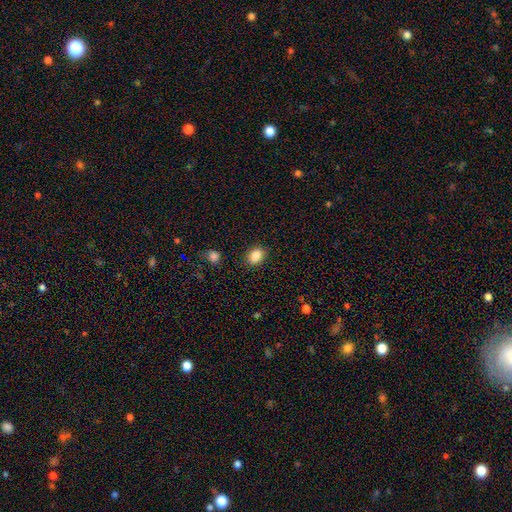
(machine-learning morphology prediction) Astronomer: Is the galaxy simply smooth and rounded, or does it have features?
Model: smooth — 85%.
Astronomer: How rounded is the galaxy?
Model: in between — 60% (runner-up: round, 39%).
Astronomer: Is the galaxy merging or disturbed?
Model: none — 89%.